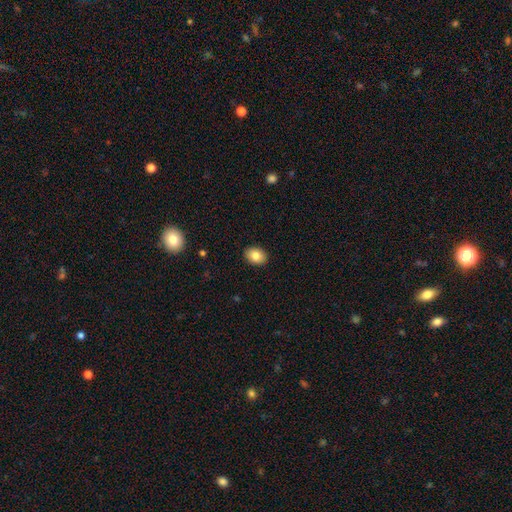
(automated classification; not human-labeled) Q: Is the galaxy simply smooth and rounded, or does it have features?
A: smooth — 83%.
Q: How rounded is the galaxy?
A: in between — 69%.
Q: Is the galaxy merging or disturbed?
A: none — 91%.